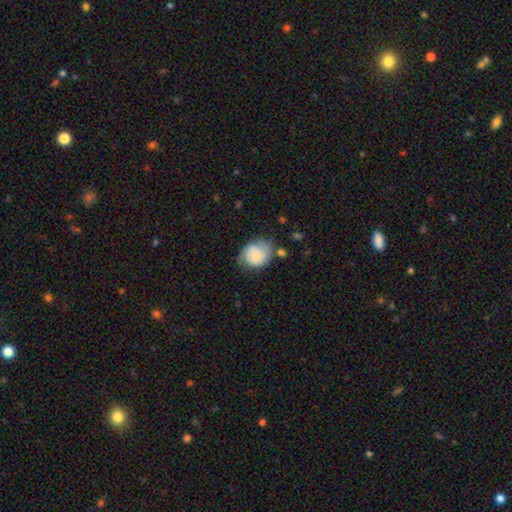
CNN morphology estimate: Smooth or featured? smooth (62%)
How rounded? round (59%)
Merging? none (49%)